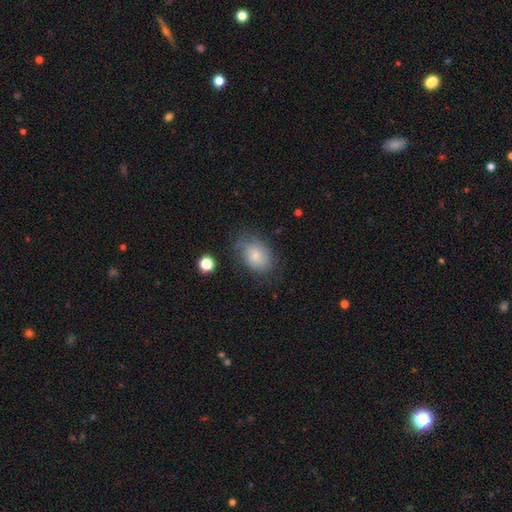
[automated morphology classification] Smooth or featured: smooth — 69% (featured or disk — 23%)
How rounded: in between — 77% (round — 22%)
Merging: none — 67% (minor disturbance — 23%)